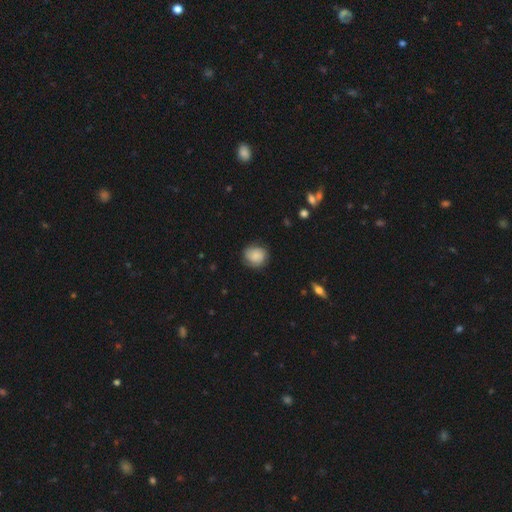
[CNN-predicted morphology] smooth-or-featured: smooth: 67% | featured or disk: 24% | star or artifact: 8%
  how-rounded: round: 75% | in between: 24% | cigar-shaped: 1%
  merging: none: 73% | minor disturbance: 20% | major disturbance: 6% | merger: 1%